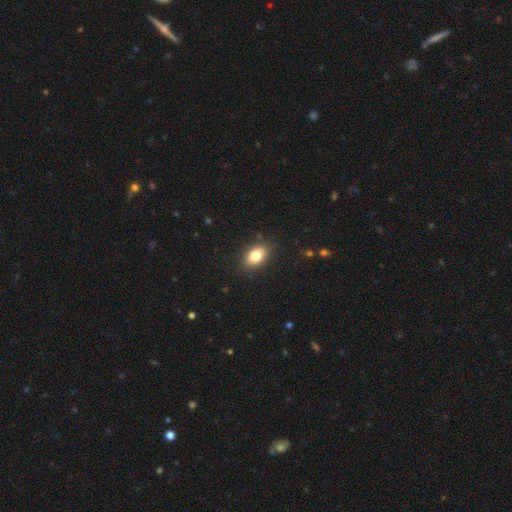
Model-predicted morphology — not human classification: Q: Smooth or featured?
A: smooth (82%); runner-up: featured or disk (10%)
Q: How rounded?
A: in between (87%); runner-up: round (11%)
Q: Merging?
A: none (87%); runner-up: minor disturbance (10%)